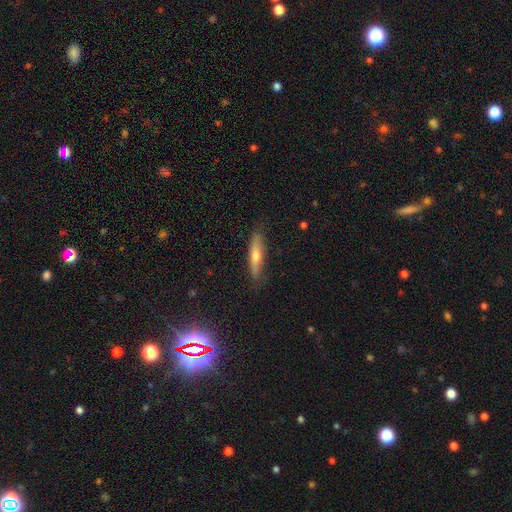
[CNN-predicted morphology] Smooth or featured? smooth (47%)
Merging? none (85%)